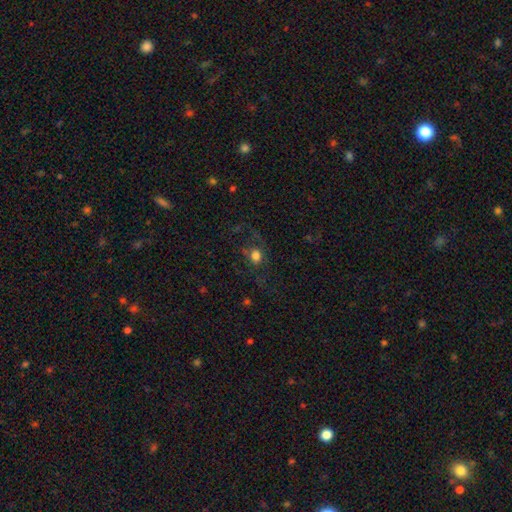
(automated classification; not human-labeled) The model was most divided on "how rounded": round: 60%, in between: 37%, cigar-shaped: 3%. More confident: smooth or featured — smooth (58%); merging — none (56%).